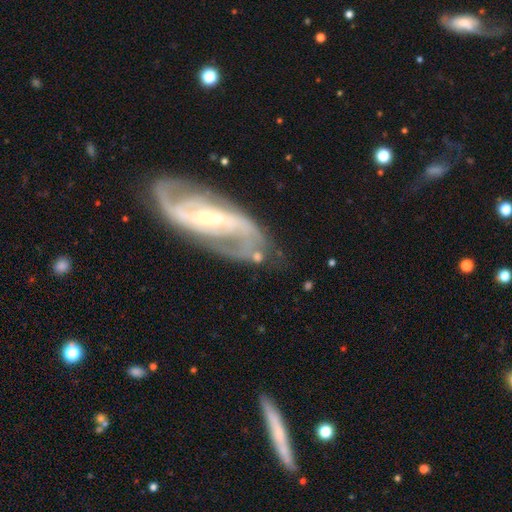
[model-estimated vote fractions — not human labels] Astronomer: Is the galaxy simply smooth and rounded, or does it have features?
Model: featured or disk — 80%.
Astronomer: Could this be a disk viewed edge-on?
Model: no — 92%.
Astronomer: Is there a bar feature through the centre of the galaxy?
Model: strong — 36% (runner-up: weak, 34%).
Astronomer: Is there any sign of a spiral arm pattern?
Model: yes — 87%.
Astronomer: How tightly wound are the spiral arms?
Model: medium — 45% (runner-up: tight, 30%).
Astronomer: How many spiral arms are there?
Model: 2 — 71%.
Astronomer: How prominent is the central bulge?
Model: small — 67%.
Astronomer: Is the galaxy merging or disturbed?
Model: none — 57%.